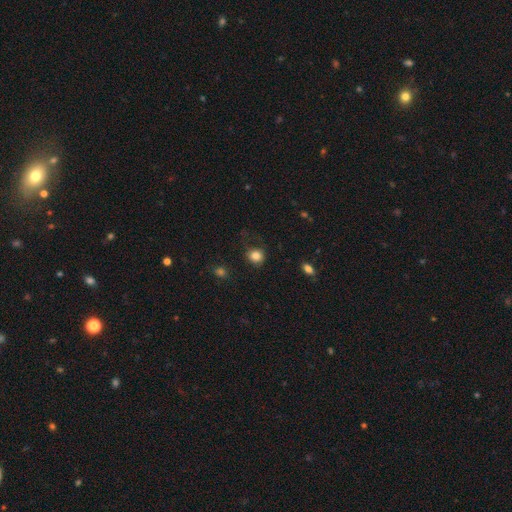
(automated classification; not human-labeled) The model was most divided on "merging": none: 73%, minor disturbance: 17%, major disturbance: 8%, merger: 2%. More confident: smooth or featured — smooth (84%); how rounded — round (82%).